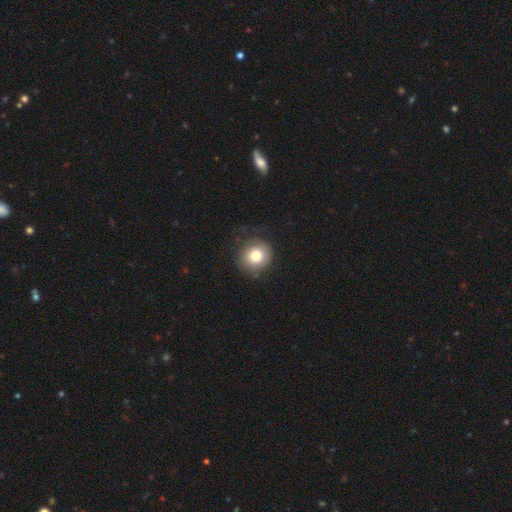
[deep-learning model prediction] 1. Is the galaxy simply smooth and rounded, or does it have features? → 78% smooth, 13% featured or disk, 9% star or artifact.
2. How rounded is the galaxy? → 91% round, 8% in between, 1% cigar-shaped.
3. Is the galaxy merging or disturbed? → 74% none, 17% minor disturbance, 8% major disturbance, 1% merger.